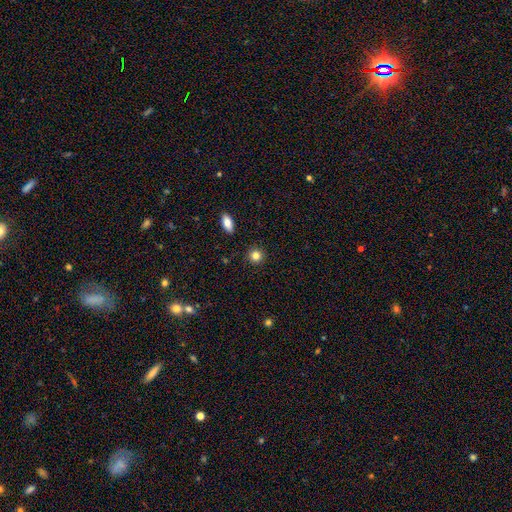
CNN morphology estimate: Smooth or featured? Predicted: smooth (p=0.84). How rounded? Predicted: round (p=0.91). Merging? Predicted: none (p=0.91).